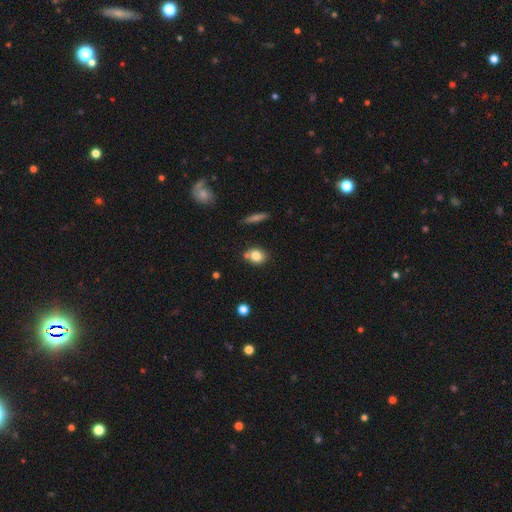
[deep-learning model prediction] The model was most divided on "how rounded": round: 52%, in between: 46%, cigar-shaped: 2%. More confident: smooth or featured — smooth (81%); merging — none (67%).